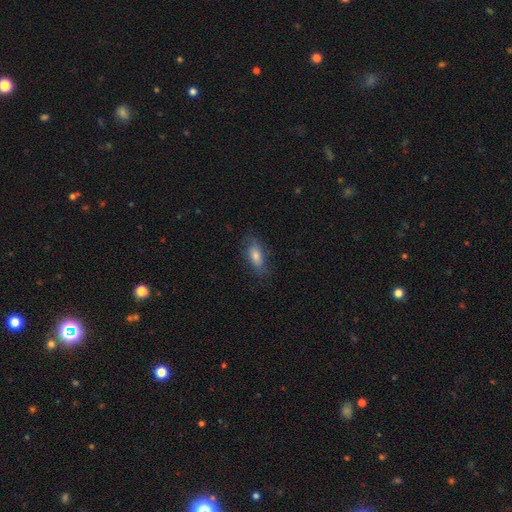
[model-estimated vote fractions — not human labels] Smooth or featured: smooth — 69% (featured or disk — 22%)
How rounded: in between — 78% (cigar-shaped — 17%)
Merging: none — 73% (minor disturbance — 19%)